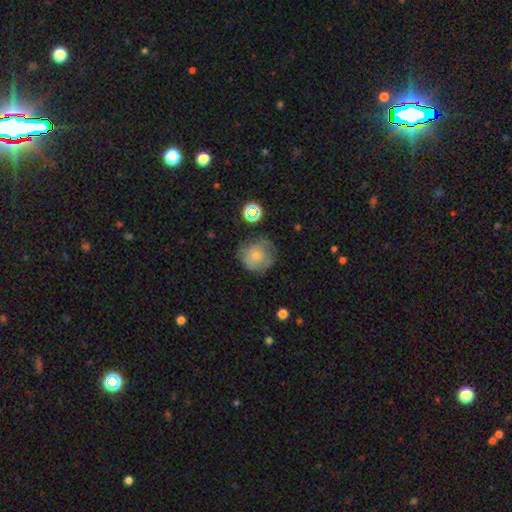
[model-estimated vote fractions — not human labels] smooth_or_featured: smooth (p=0.68) [alt: featured or disk p=0.21]
how_rounded: round (p=0.90) [alt: in between p=0.10]
merging: none (p=0.62) [alt: minor disturbance p=0.24]